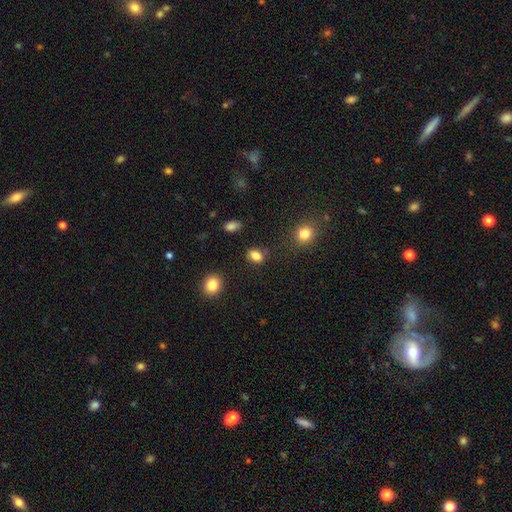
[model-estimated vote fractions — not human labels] Smooth or featured?
  - smooth: 84% *
  - star or artifact: 11%
  - featured or disk: 5%
How rounded?
  - in between: 78% *
  - round: 20%
  - cigar-shaped: 2%
Merging?
  - none: 78% *
  - minor disturbance: 14%
  - merger: 4%
  - major disturbance: 4%